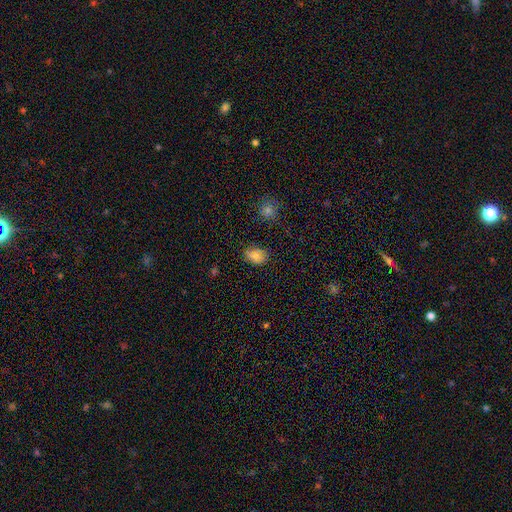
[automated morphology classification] Smooth or featured?
  - smooth: 78% *
  - star or artifact: 11%
  - featured or disk: 10%
How rounded?
  - in between: 78% *
  - round: 21%
  - cigar-shaped: 1%
Merging?
  - none: 71% *
  - minor disturbance: 23%
  - major disturbance: 5%
  - merger: 2%